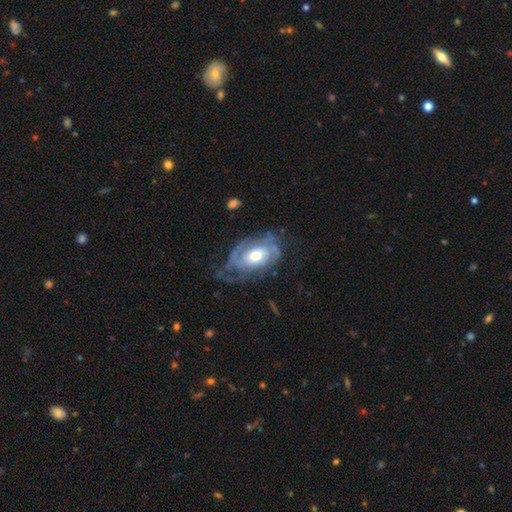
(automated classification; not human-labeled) Morphology: type=featured or disk (77%); edge-on=no (95%); bar=no (71%); spiral arms=yes (85%); winding=tight (54%); arm count=can't tell (38%); bulge=moderate (66%); merging=none (52%).